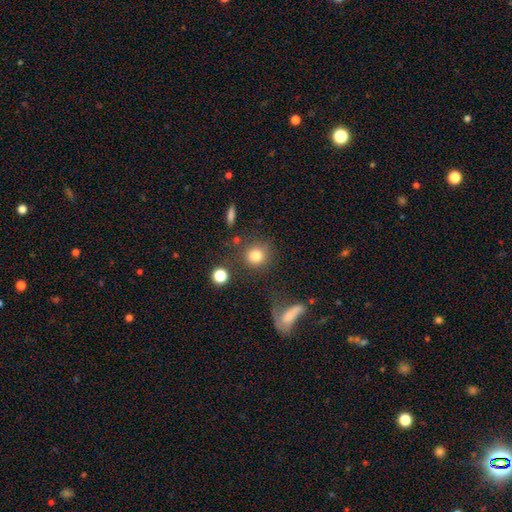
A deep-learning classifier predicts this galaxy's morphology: A smooth galaxy with no disk features (80%) that is round (87%). Merging: none (73%).